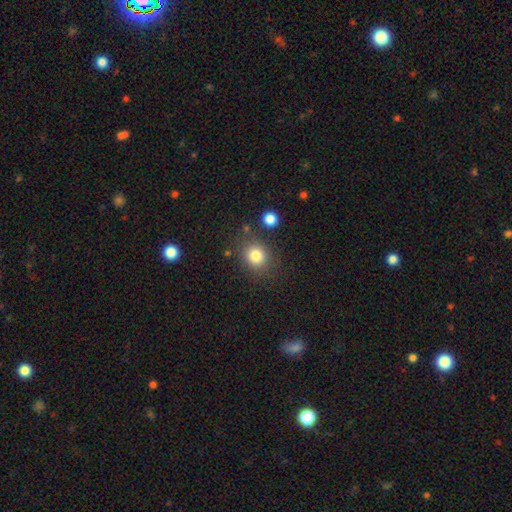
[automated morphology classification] smooth-or-featured: smooth: 82% | star or artifact: 11% | featured or disk: 7%
  how-rounded: round: 75% | in between: 24% | cigar-shaped: 1%
  merging: none: 80% | minor disturbance: 11% | merger: 5% | major disturbance: 4%